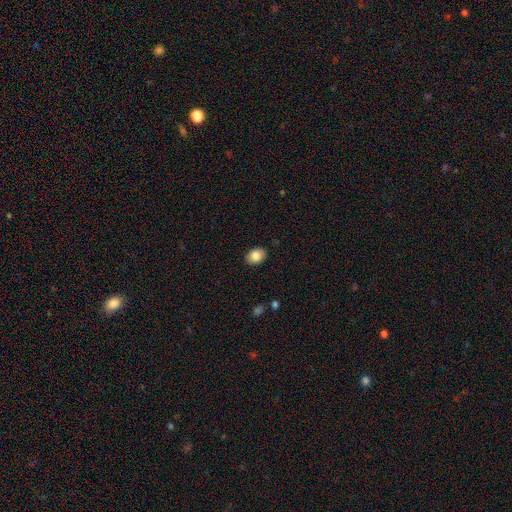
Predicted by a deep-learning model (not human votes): smooth_or_featured: smooth (p=0.85) [alt: star or artifact p=0.08]
how_rounded: in between (p=0.72) [alt: round p=0.27]
merging: none (p=0.89) [alt: minor disturbance p=0.08]